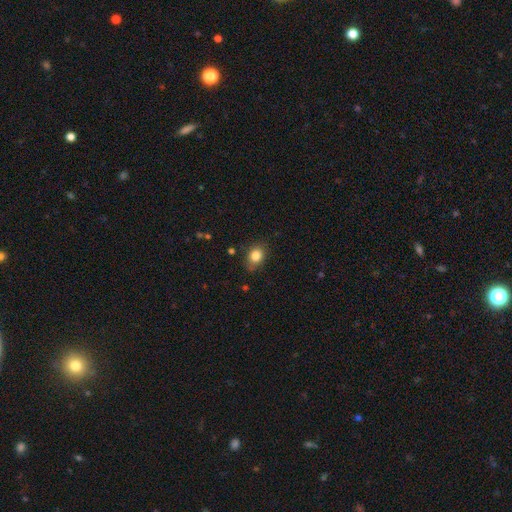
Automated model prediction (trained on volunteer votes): Smooth or featured? Predicted: smooth (p=0.83). How rounded? Predicted: in between (p=0.55). Merging? Predicted: none (p=0.75).